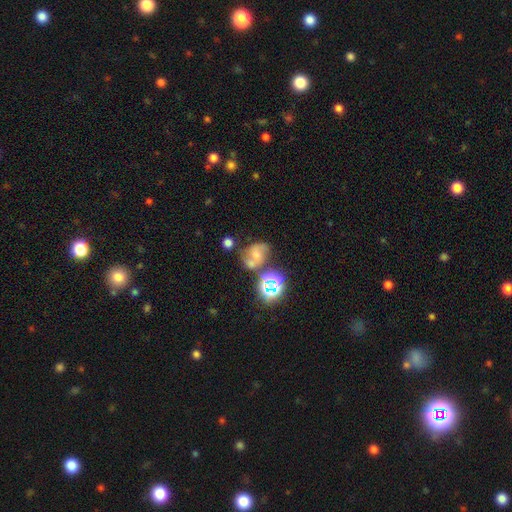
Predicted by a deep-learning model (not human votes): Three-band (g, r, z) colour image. It shows a featured or disk galaxy (51%). Merging: none (44%).